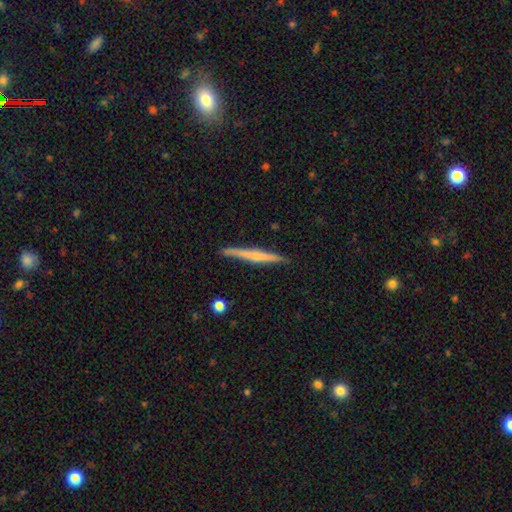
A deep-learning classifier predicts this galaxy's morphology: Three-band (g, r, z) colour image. It shows a featured or disk galaxy (56%) viewed edge-on (97%) with a rounded central bulge (49%). Merging: none (88%).